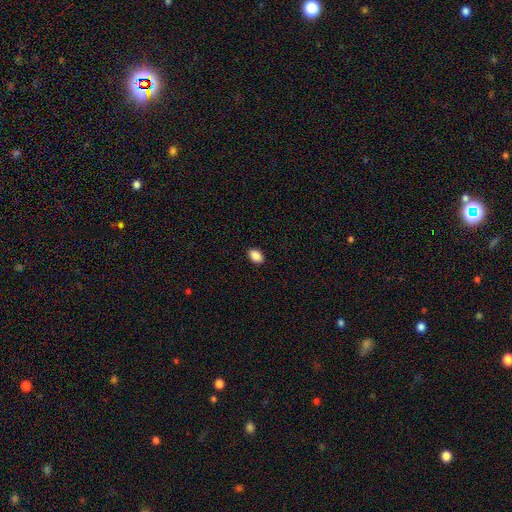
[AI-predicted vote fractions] Overall: smooth (89%). How rounded: in between (83%). Merging: none (91%).